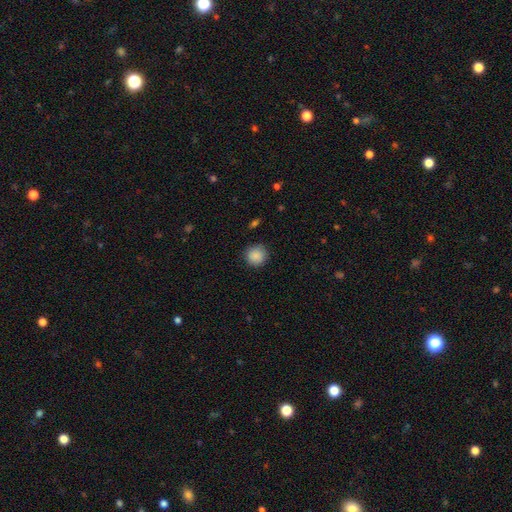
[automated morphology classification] This appears to be a smooth galaxy with no disk features (88%) that is round (93%). Merging: none (86%).